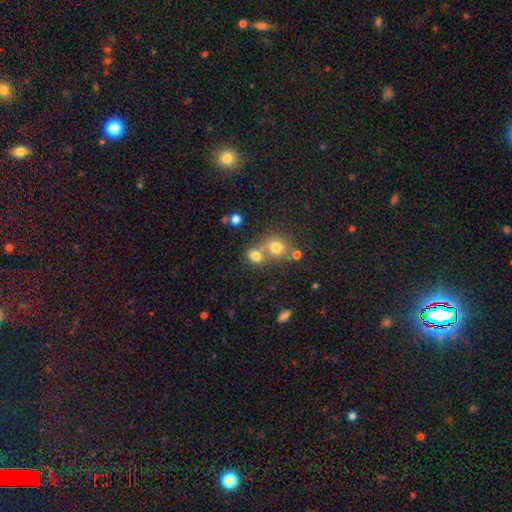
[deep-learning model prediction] Smooth or featured: smooth — 75% (star or artifact — 15%)
How rounded: round — 67% (in between — 32%)
Merging: none — 47% (merger — 41%)